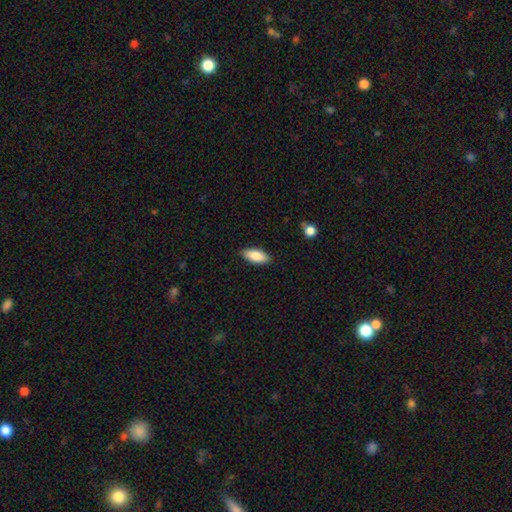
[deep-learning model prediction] A smooth galaxy with no disk features (85%) that is in between round and cigar-shaped (85%).

Vote fractions:
- Smooth or featured? smooth: 85% / featured or disk: 9% / star or artifact: 6%
- How rounded? in between: 85% / cigar-shaped: 13% / round: 2%
- Merging? none: 87% / minor disturbance: 10% / major disturbance: 2% / merger: 1%